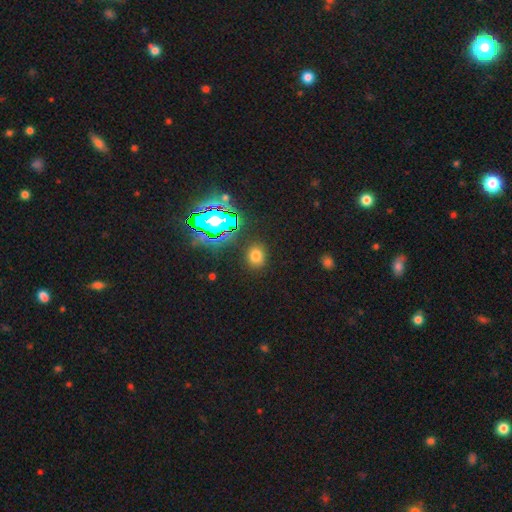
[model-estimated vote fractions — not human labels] The model was most divided on "how rounded": round: 63%, in between: 36%, cigar-shaped: 1%. More confident: merging — none (87%); smooth or featured — smooth (69%).